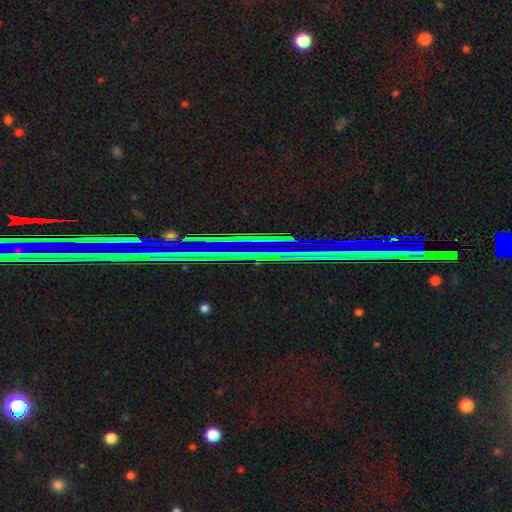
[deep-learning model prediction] Smooth or featured?
  - star or artifact: 87% *
  - featured or disk: 7%
  - smooth: 6%